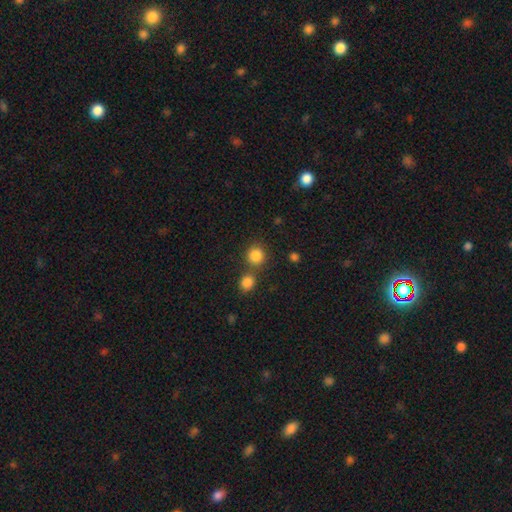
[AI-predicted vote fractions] Smooth or featured? smooth (85%)
How rounded? round (90%)
Merging? none (69%)